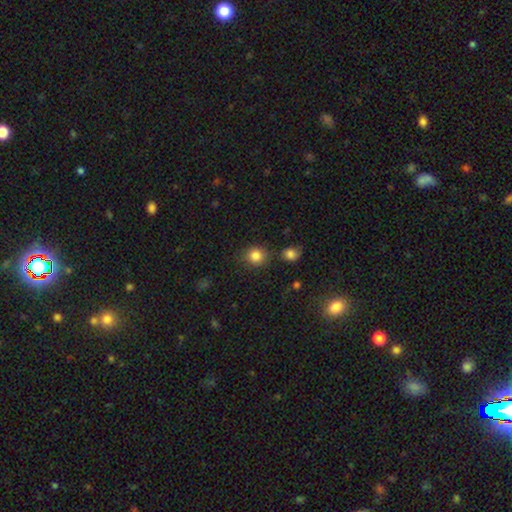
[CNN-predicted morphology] This appears to be a smooth galaxy with no disk features (84%) that is round (86%). Merging: none (80%).